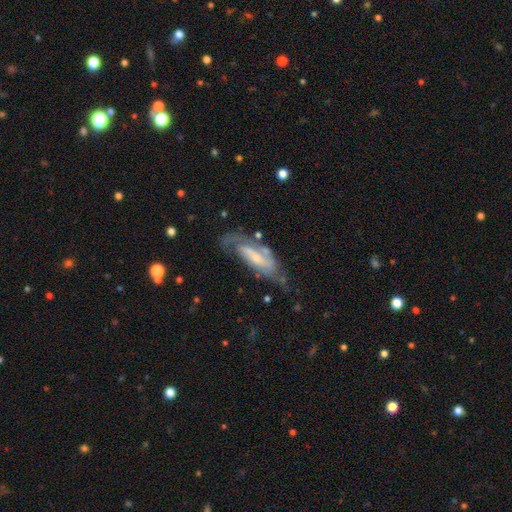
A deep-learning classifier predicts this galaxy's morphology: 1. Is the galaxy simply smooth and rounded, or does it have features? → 70% featured or disk, 23% smooth, 7% star or artifact.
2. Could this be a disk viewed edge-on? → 84% no, 16% yes.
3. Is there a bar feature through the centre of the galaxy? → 43% no, 38% weak, 19% strong.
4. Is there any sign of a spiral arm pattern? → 85% yes, 15% no.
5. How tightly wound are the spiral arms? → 42% medium, 38% tight, 21% loose.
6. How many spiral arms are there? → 51% 2, 25% can't tell, 17% 1, 3% 3, 1% 4, 1% more than 4.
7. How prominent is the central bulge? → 43% small, 28% moderate, 20% none, 8% large, 2% dominant.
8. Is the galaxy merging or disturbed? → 48% none, 26% minor disturbance, 21% major disturbance, 5% merger.